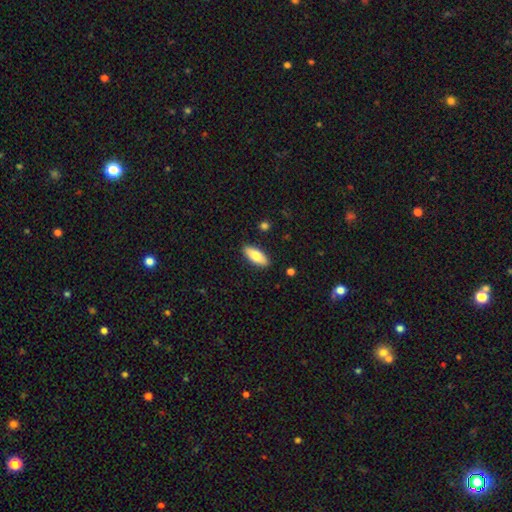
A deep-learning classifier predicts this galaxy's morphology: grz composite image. It shows a smooth galaxy with no disk features (78%) that is in between round and cigar-shaped (76%). Merging: none (88%).